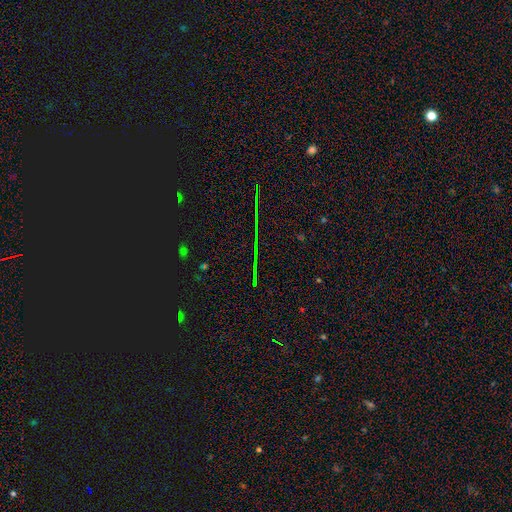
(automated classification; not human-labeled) Smooth or featured?
  - star or artifact: 82% *
  - smooth: 9%
  - featured or disk: 9%